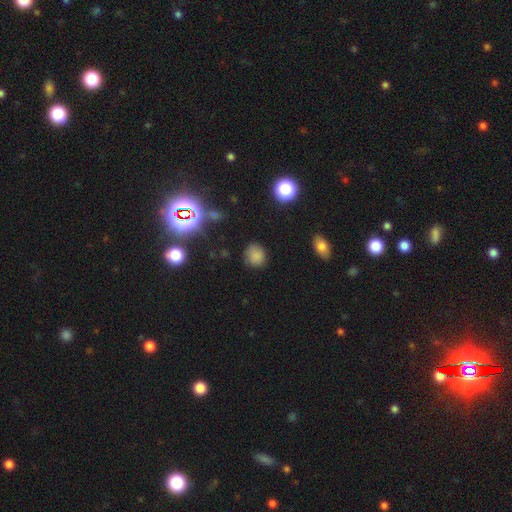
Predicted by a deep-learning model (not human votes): Q: Smooth or featured?
A: smooth (76%); runner-up: star or artifact (18%)
Q: How rounded?
A: round (80%); runner-up: in between (19%)
Q: Merging?
A: none (80%); runner-up: minor disturbance (14%)